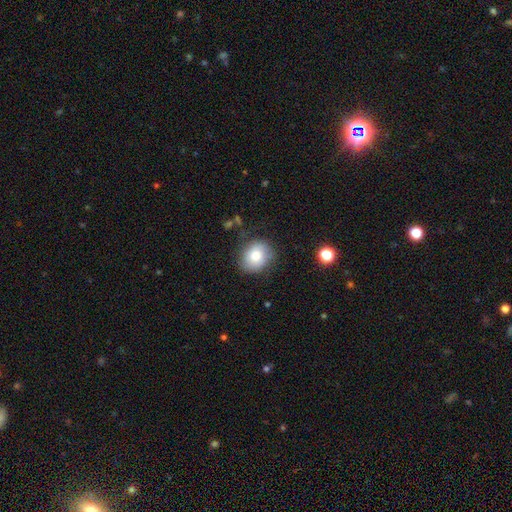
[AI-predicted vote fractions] Smooth or featured? smooth (78%)
How rounded? round (60%)
Merging? none (77%)